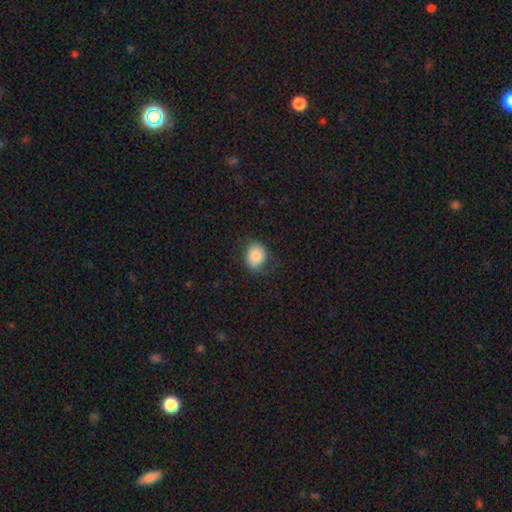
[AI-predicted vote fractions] smooth-or-featured: smooth: 79% | featured or disk: 13% | star or artifact: 8%
  how-rounded: round: 57% | in between: 42% | cigar-shaped: 1%
  merging: none: 71% | minor disturbance: 20% | major disturbance: 8% | merger: 1%